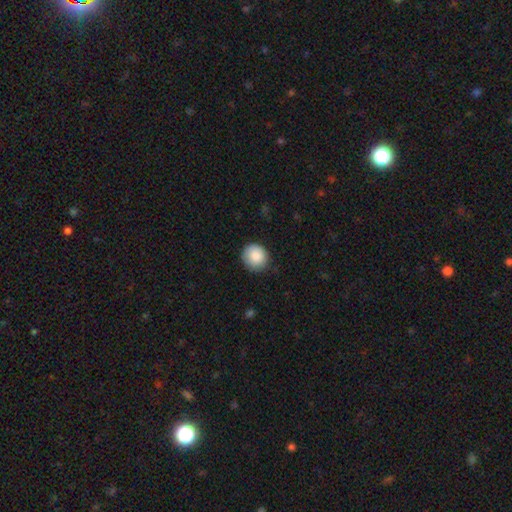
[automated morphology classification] Overall: smooth (88%). How rounded: round (89%). Merging: none (83%).